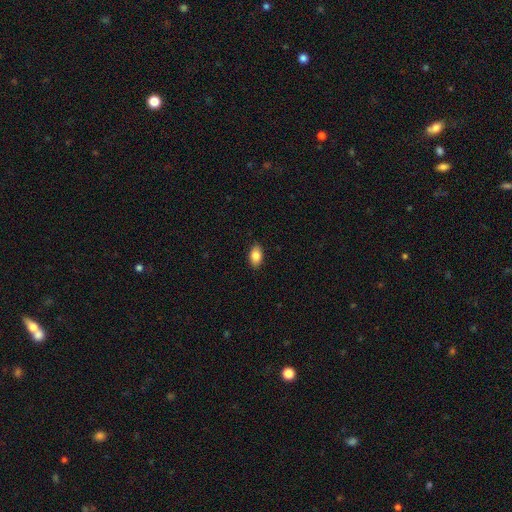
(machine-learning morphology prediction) A smooth galaxy with no disk features (86%) that is in between round and cigar-shaped (91%).

Vote fractions:
- Smooth or featured? smooth: 86% / star or artifact: 7% / featured or disk: 7%
- How rounded? in between: 91% / round: 7% / cigar-shaped: 2%
- Merging? none: 89% / minor disturbance: 9% / major disturbance: 2% / merger: 1%